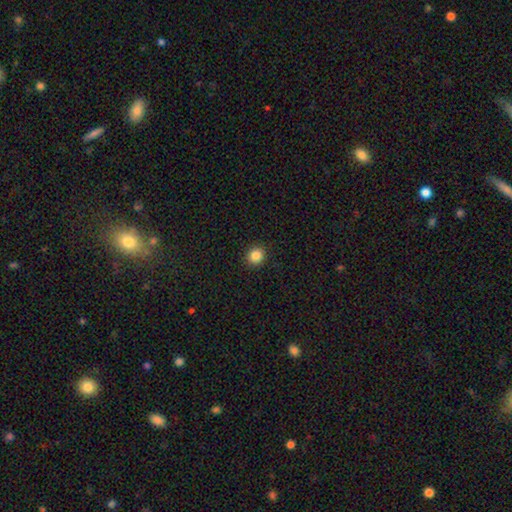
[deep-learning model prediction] A smooth galaxy with no disk features (85%) that is round (87%). Merging: none (92%).